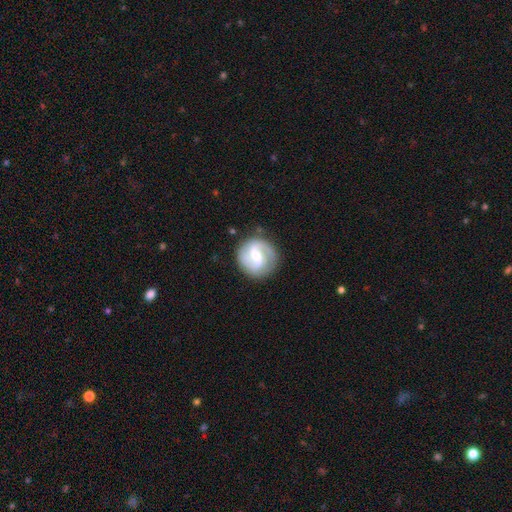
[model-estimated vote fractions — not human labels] This is clearly a featured or disk galaxy (81%). It is clearly not viewed edge-on (98%). Bar: possibly weak (48%). Spiral arm pattern: clearly yes (93%). Spiral arm count: clearly 2 (86%). Spiral winding: possibly medium (47%). Central bulge: possibly moderate (54%). Merging: clearly none (83%).